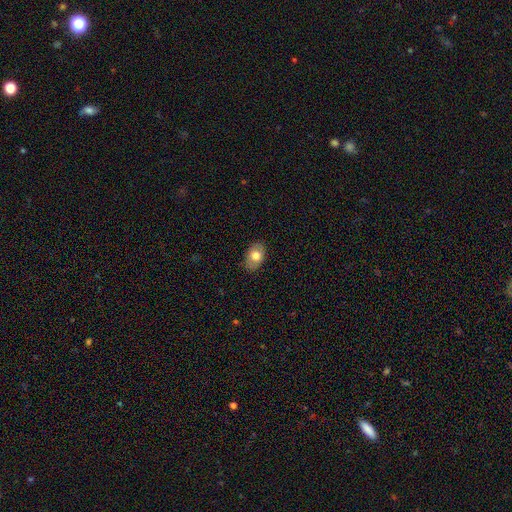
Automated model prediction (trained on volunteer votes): Morphology: type=smooth (75%); roundness=in between (87%); merging=none (86%).